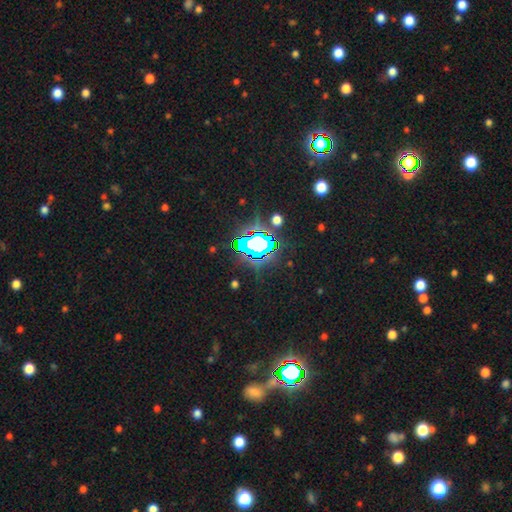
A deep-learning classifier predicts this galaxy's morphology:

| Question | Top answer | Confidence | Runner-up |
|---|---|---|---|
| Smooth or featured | star or artifact | 81% | smooth (11%) |